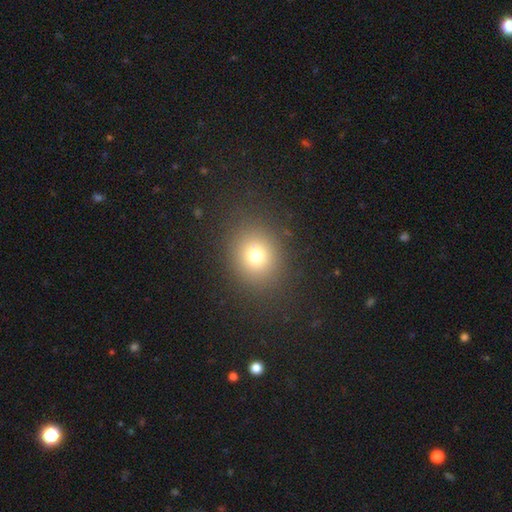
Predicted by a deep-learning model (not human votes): Smooth or featured? smooth (74%)
How rounded? round (77%)
Merging? none (87%)